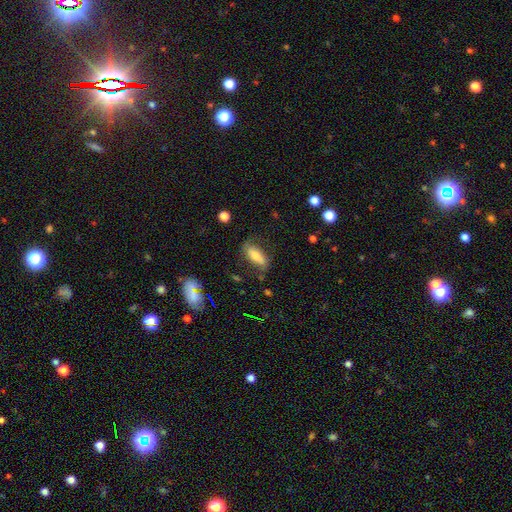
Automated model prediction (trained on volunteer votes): A smooth galaxy with no disk features (68%) that is in between round and cigar-shaped (68%). Merging: none (67%).